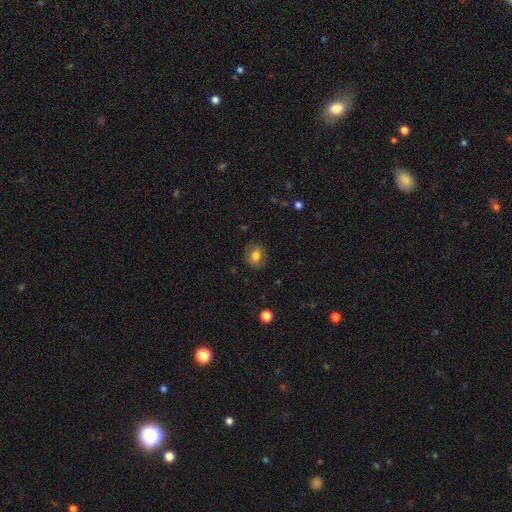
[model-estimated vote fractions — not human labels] smooth 76%, featured or disk 15%, star or artifact 9%. Down the decision tree: how rounded — round (66%); merging — none (84%).